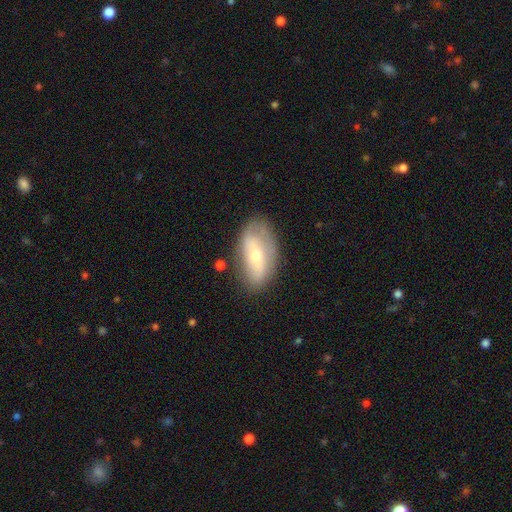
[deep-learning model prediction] Overall: featured or disk (50%; smooth 42%). Edge-on disk: no (85%). Merging: none (72%).